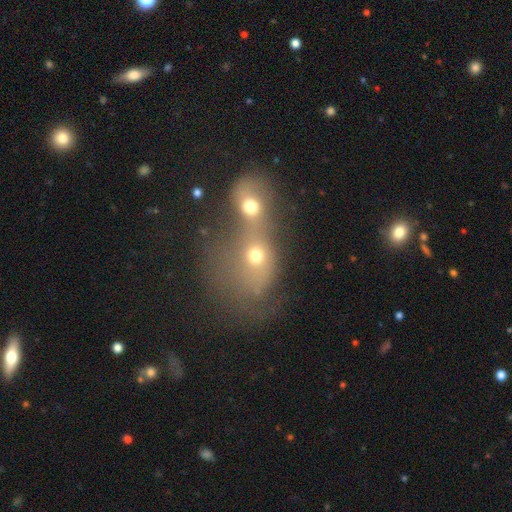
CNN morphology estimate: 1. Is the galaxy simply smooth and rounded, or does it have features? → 59% smooth, 25% featured or disk, 16% star or artifact.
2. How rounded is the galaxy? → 60% round, 38% in between, 2% cigar-shaped.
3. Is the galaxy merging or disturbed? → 81% merger, 8% none, 7% major disturbance, 3% minor disturbance.